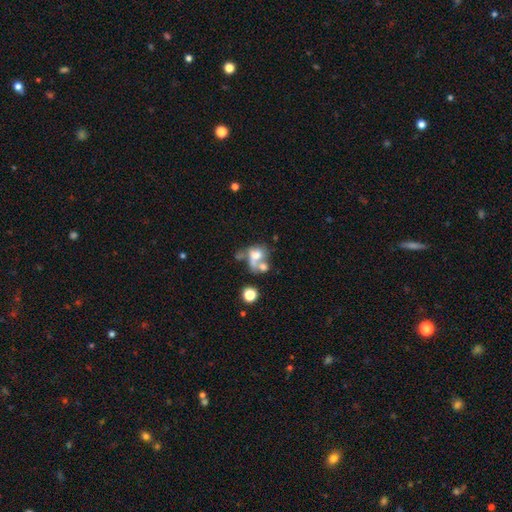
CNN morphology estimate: A smooth galaxy with no disk features (53%) that is in between round and cigar-shaped (58%). Merging: merger (55%).